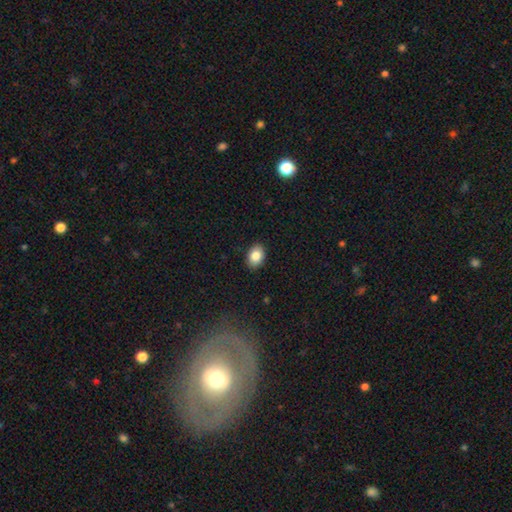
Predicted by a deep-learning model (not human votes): The model was most divided on "how rounded": in between: 76%, round: 23%, cigar-shaped: 1%. More confident: merging — none (89%); smooth or featured — smooth (85%).